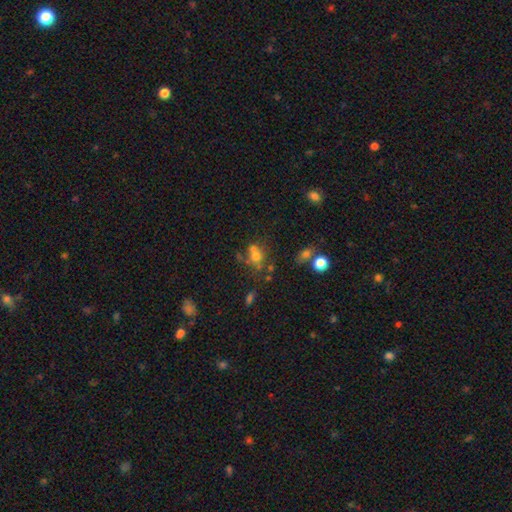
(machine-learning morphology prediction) Overall: smooth (61%). How rounded: round (67%; in between 32%). Merging: merger (41%; none 40%).